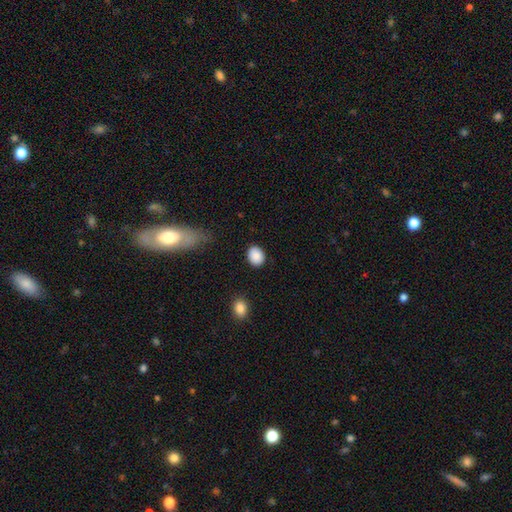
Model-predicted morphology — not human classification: smooth-or-featured: smooth: 88% | star or artifact: 8% | featured or disk: 4%
  how-rounded: in between: 52% | round: 47% | cigar-shaped: 1%
  merging: none: 86% | minor disturbance: 10% | major disturbance: 3% | merger: 2%